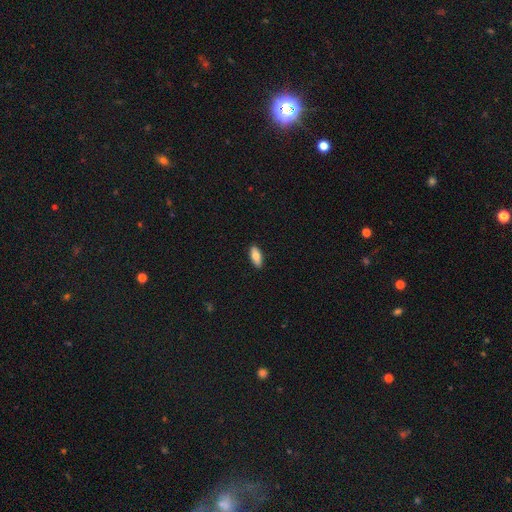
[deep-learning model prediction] A smooth galaxy with no disk features (80%) that is in between round and cigar-shaped (84%).

Vote fractions:
- Smooth or featured? smooth: 80% / featured or disk: 13% / star or artifact: 6%
- How rounded? in between: 84% / cigar-shaped: 14% / round: 2%
- Merging? none: 90% / minor disturbance: 8% / major disturbance: 2% / merger: 1%